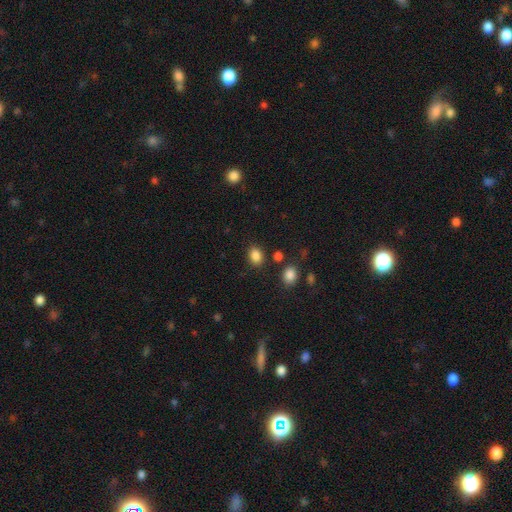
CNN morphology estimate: Smooth or featured? smooth (86%)
How rounded? in between (64%)
Merging? none (82%)